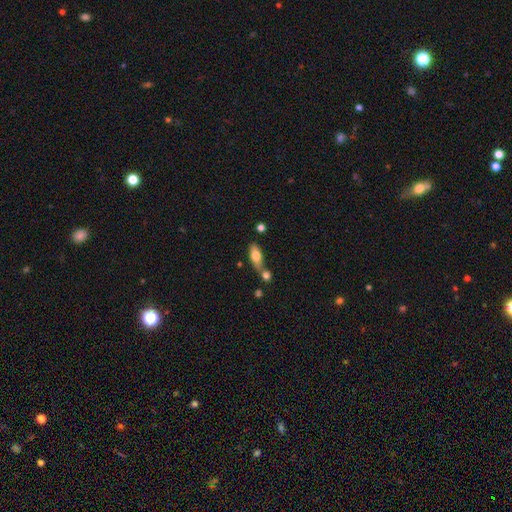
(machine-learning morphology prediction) This appears to be a smooth galaxy with no disk features (71%) that is in between round and cigar-shaped (74%). Merging: none (47%).